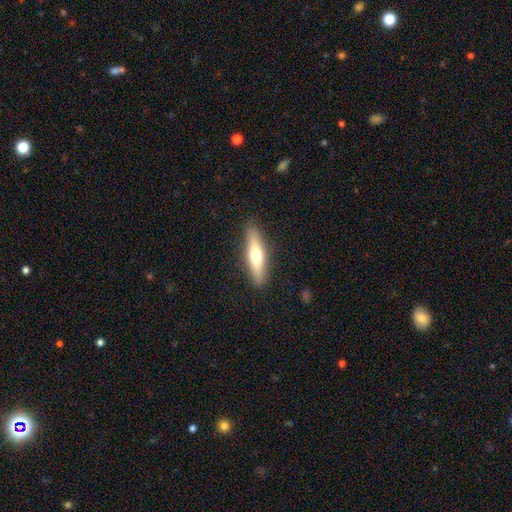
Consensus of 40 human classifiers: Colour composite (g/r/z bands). It shows a smooth galaxy with no disk features (50%) that is cigar-shaped (90%). Merging: none (89%).